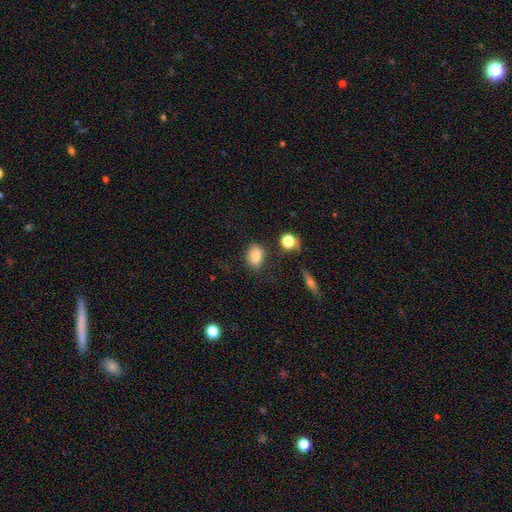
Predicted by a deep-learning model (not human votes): smooth 81%, star or artifact 11%, featured or disk 8%. Down the decision tree: how rounded — in between (58%); merging — none (76%).